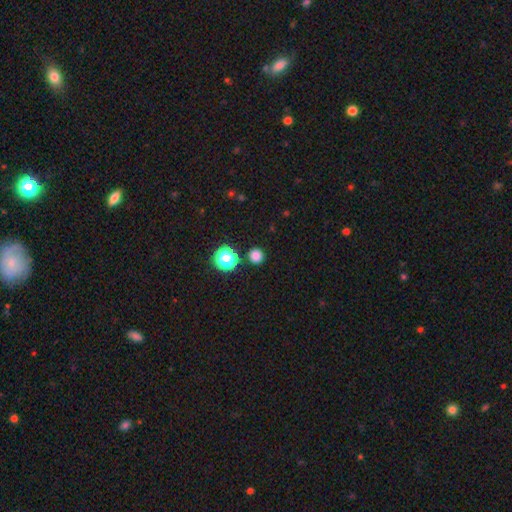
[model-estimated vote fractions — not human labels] Overall: smooth (80%). How rounded: round (94%). Merging: none (89%).